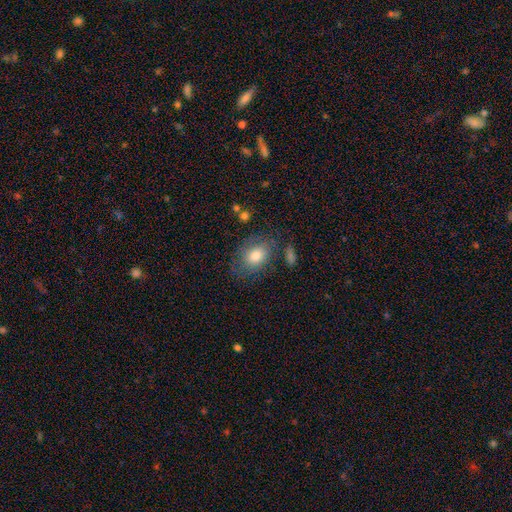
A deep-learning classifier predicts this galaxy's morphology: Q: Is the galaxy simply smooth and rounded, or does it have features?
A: smooth — 74%.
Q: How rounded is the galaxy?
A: in between — 77%.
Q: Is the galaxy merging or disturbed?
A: none — 67%.